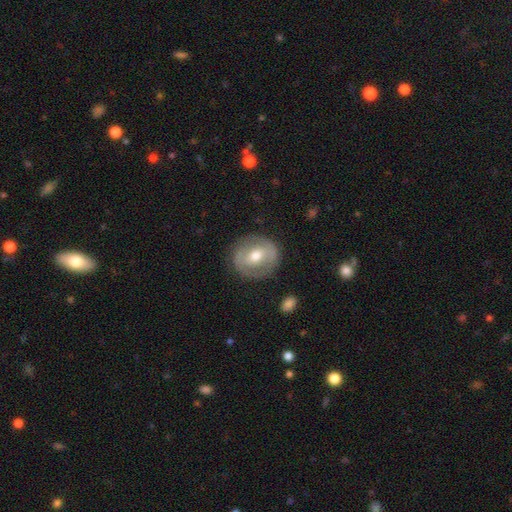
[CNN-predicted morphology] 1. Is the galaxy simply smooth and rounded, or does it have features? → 57% featured or disk, 36% smooth, 6% star or artifact.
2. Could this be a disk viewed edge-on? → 95% no, 5% yes.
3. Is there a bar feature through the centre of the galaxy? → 40% weak, 36% no, 24% strong.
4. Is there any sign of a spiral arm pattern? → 58% no, 42% yes.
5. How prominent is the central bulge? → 71% moderate, 22% small, 5% large, 1% none, 1% dominant.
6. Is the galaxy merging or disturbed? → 82% none, 12% minor disturbance, 5% major disturbance, 1% merger.